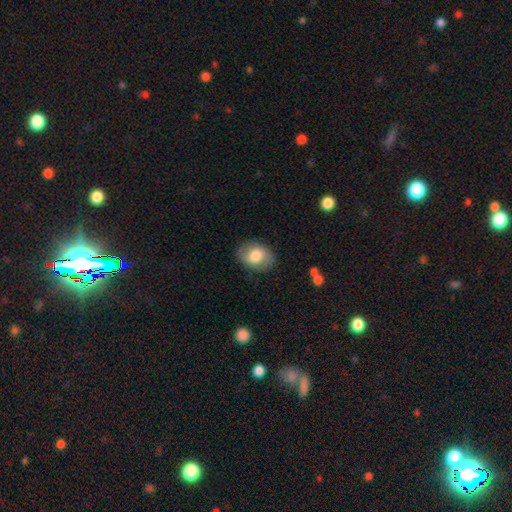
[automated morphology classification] This is likely a smooth galaxy (69%). How rounded: likely in between (69%). Merging: clearly none (83%).